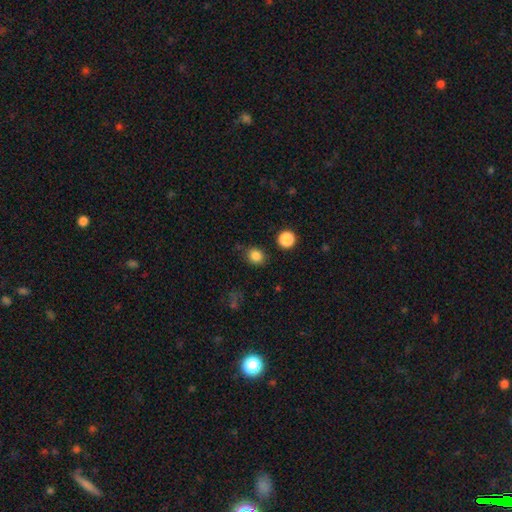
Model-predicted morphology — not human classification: A smooth galaxy with no disk features (84%) that is round (69%).

Vote fractions:
- Smooth or featured? smooth: 84% / star or artifact: 12% / featured or disk: 4%
- How rounded? round: 69% / in between: 30% / cigar-shaped: 1%
- Merging? none: 82% / minor disturbance: 11% / major disturbance: 4% / merger: 3%